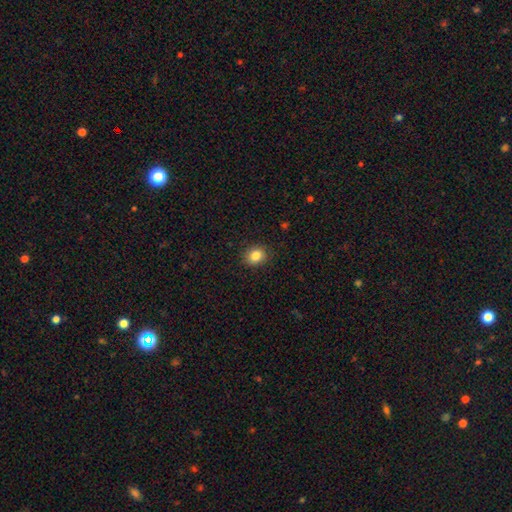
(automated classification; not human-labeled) This appears to be a smooth galaxy with no disk features (84%) that is round (62%). Merging: none (89%).